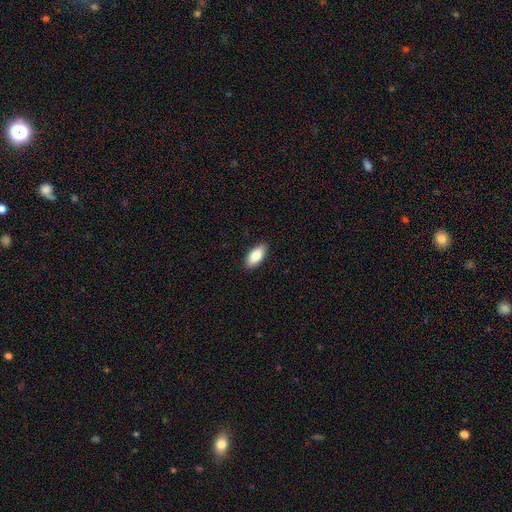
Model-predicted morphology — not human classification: smooth_or_featured: smooth (p=0.83) [alt: featured or disk p=0.11]
how_rounded: in between (p=0.87) [alt: cigar-shaped p=0.11]
merging: none (p=0.89) [alt: minor disturbance p=0.08]